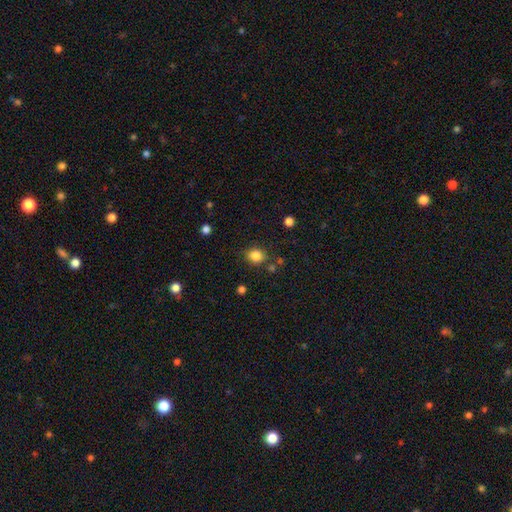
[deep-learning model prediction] Overall: smooth (84%). How rounded: round (77%). Merging: none (79%).